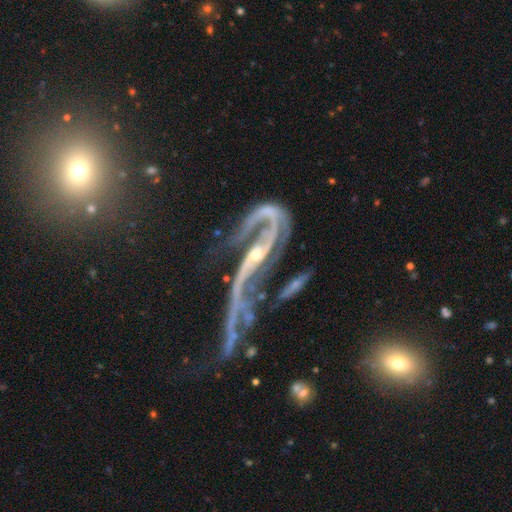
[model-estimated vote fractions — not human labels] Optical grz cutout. It shows a featured or disk galaxy (85%) with no bar (39%), 2 (74%) loose (70%) spiral arms (88%) and a small central bulge (70%). Merging: major disturbance (40%).